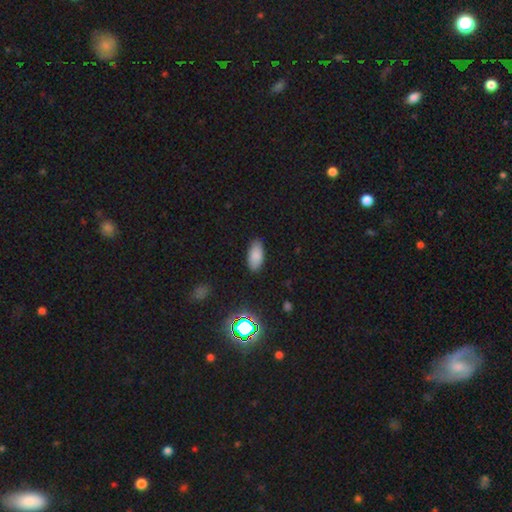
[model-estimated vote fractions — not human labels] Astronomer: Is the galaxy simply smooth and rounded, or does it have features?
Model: smooth — 84%.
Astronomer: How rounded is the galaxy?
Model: in between — 91%.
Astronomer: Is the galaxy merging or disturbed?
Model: none — 86%.